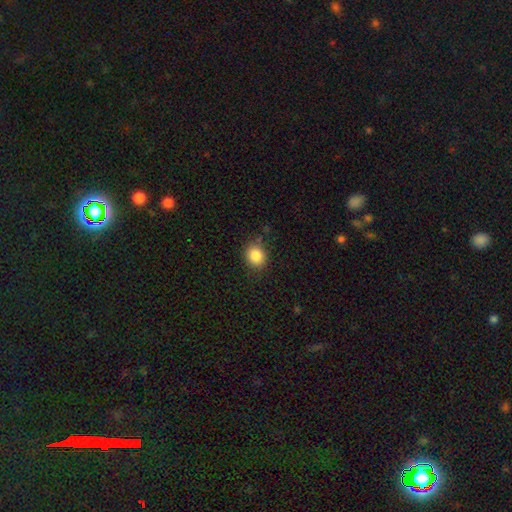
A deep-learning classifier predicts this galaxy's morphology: Overall: smooth (86%). How rounded: round (69%; in between 30%). Merging: none (83%).